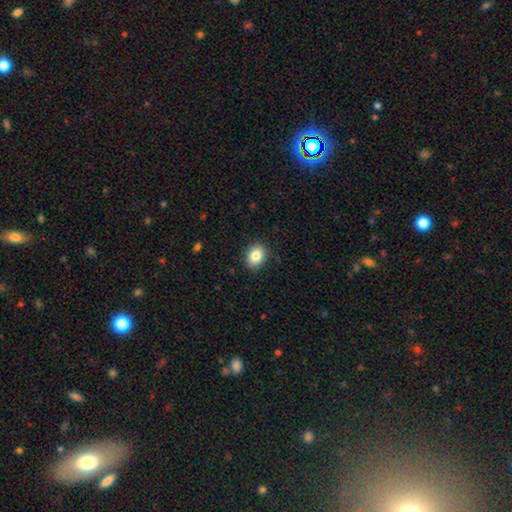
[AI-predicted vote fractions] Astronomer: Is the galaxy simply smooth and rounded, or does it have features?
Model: smooth — 84%.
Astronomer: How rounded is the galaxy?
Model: in between — 56% (runner-up: round, 43%).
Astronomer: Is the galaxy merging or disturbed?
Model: none — 88%.